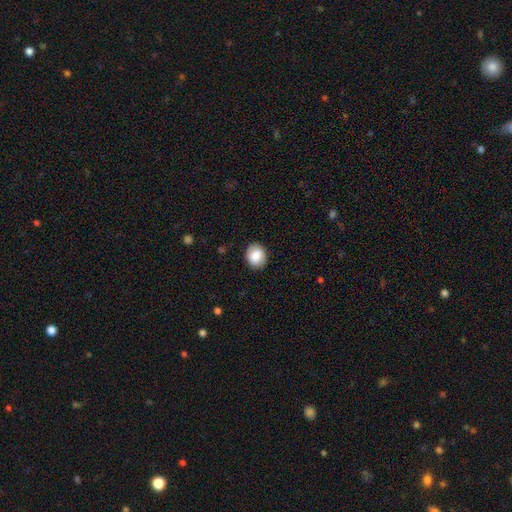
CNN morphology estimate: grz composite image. It shows a smooth galaxy with no disk features (84%) that is round (58%). Merging: none (87%).